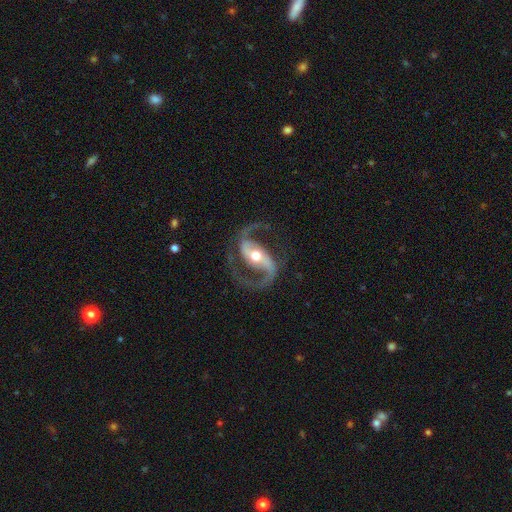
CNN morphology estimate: A featured or disk galaxy (93%) with a strong bar (45%), 2 (94%) medium (55%) spiral arms (98%) and a moderate central bulge (69%).

Vote fractions:
- Smooth or featured? featured or disk: 93% / star or artifact: 4% / smooth: 3%
- Edge-on disk? no: 97% / yes: 3%
- Bar? strong: 45% / weak: 33% / no: 22%
- Spiral arms? yes: 98% / no: 2%
- Spiral winding? medium: 55% / loose: 35% / tight: 10%
- Spiral arm count? 2: 94% / 1: 2% / can't tell: 1% / 3: 1% / 4: 1% / more than 4: 1%
- Bulge size? moderate: 69% / small: 22% / large: 7% / dominant: 1% / none: 1%
- Merging? none: 78% / minor disturbance: 12% / major disturbance: 8% / merger: 1%